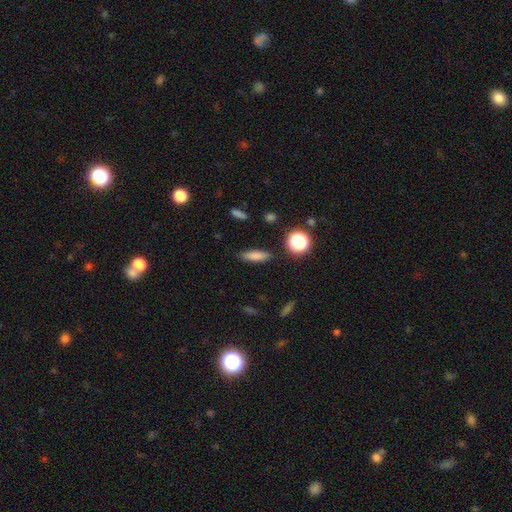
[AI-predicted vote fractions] Overall: smooth (78%). How rounded: cigar-shaped (62%; in between 32%). Merging: none (86%).